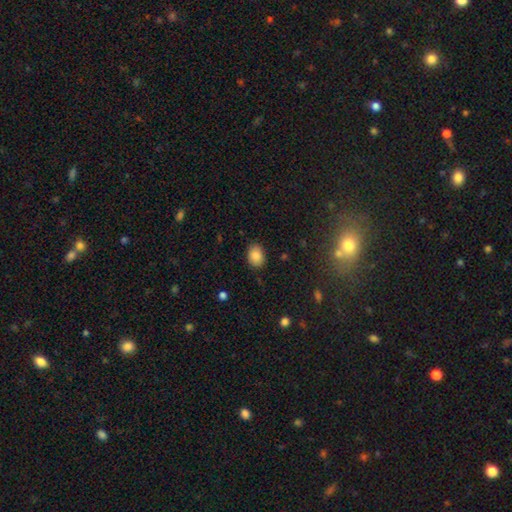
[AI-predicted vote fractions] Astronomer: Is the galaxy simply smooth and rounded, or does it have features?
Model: smooth — 86%.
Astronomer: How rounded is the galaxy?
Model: in between — 74%.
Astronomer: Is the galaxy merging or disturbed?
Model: none — 86%.